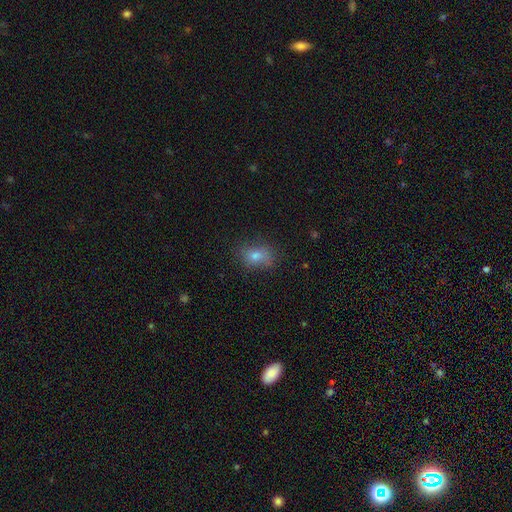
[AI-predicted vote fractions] This appears to be a smooth galaxy with no disk features (74%) that is in between round and cigar-shaped (71%). Merging: none (73%).